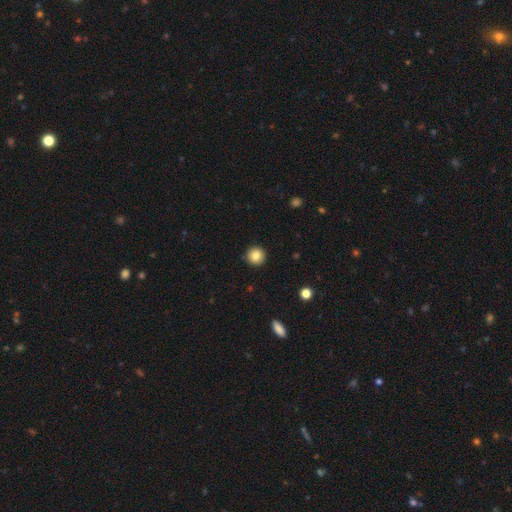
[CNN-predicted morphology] type=smooth (85%); roundness=round (95%); merging=none (92%).